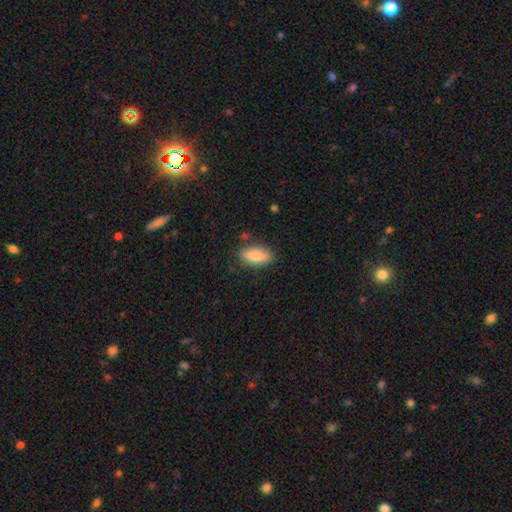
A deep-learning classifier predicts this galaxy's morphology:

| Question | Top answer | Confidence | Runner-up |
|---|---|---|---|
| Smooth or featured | smooth | 79% | featured or disk (15%) |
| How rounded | in between | 79% | cigar-shaped (19%) |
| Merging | none | 82% | minor disturbance (13%) |